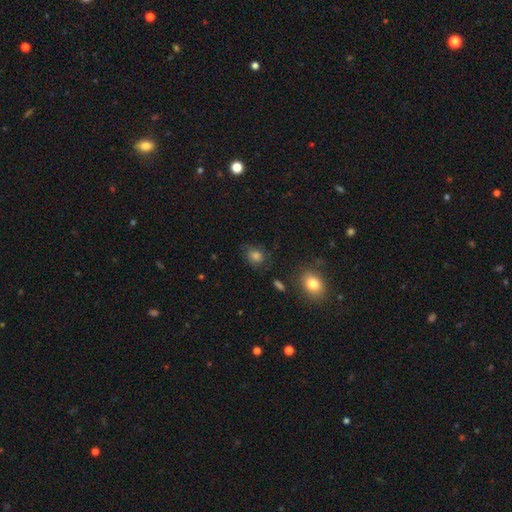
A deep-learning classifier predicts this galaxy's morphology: Overall: smooth (70%). How rounded: round (61%; in between 37%). Merging: none (71%).